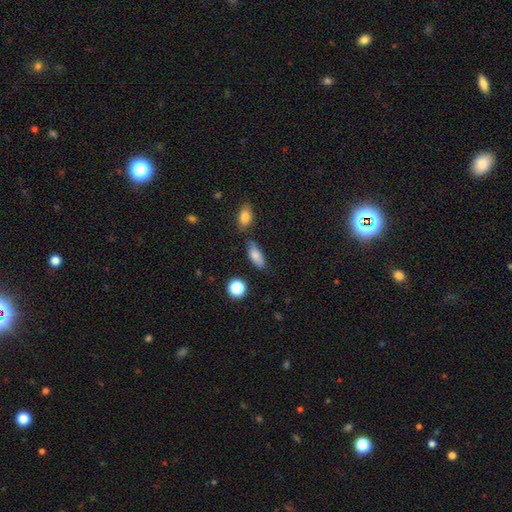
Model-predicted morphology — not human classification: The model was most divided on "merging": none: 70%, minor disturbance: 19%, merger: 7%, major disturbance: 4%. More confident: smooth or featured — smooth (81%); how rounded — in between (76%).